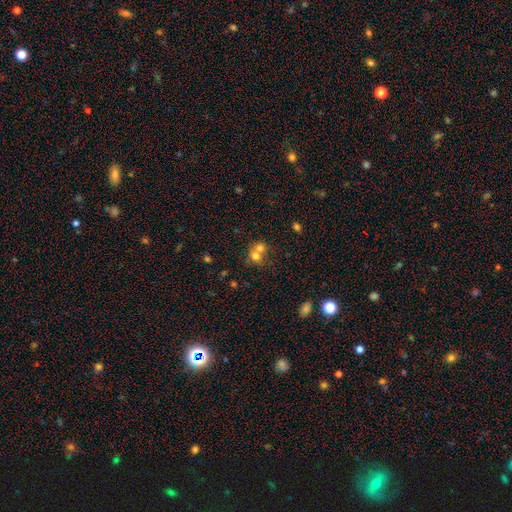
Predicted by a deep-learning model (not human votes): Smooth or featured?
  - smooth: 70% *
  - featured or disk: 16%
  - star or artifact: 14%
How rounded?
  - round: 75% *
  - in between: 25%
  - cigar-shaped: 1%
Merging?
  - merger: 65% *
  - none: 28%
  - minor disturbance: 5%
  - major disturbance: 3%